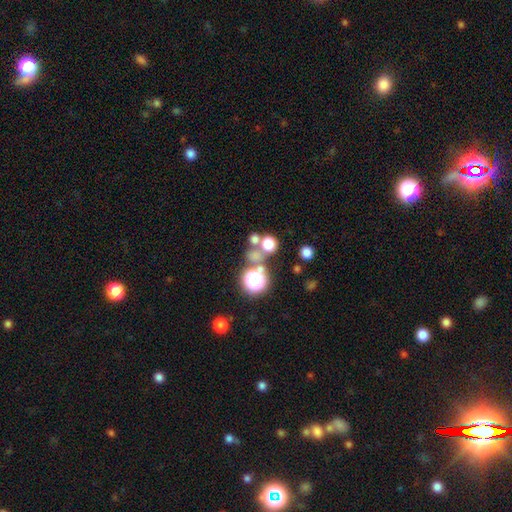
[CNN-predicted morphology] This appears to be a smooth galaxy with no disk features (62%) that is round (87%). Merging: none (56%).